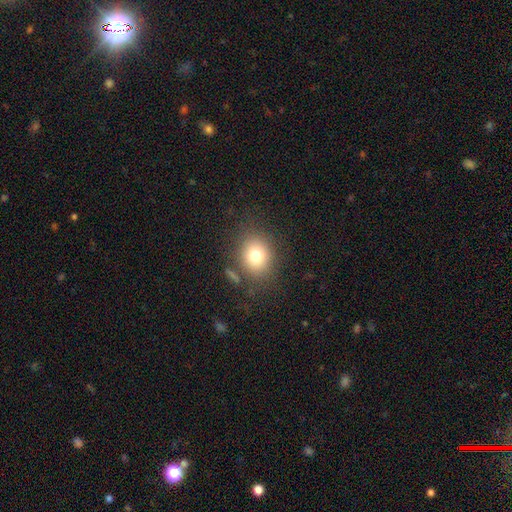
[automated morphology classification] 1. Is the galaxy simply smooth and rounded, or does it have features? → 77% smooth, 12% star or artifact, 11% featured or disk.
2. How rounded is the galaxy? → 65% round, 34% in between, 1% cigar-shaped.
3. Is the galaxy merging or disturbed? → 78% none, 12% minor disturbance, 6% major disturbance, 5% merger.